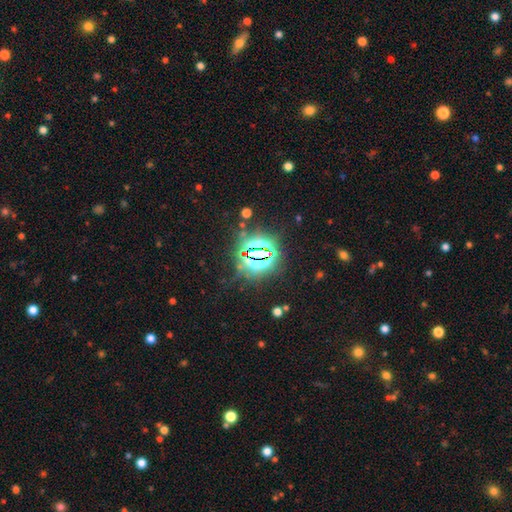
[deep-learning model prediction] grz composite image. It shows a star or artifact, not a galaxy (81%).